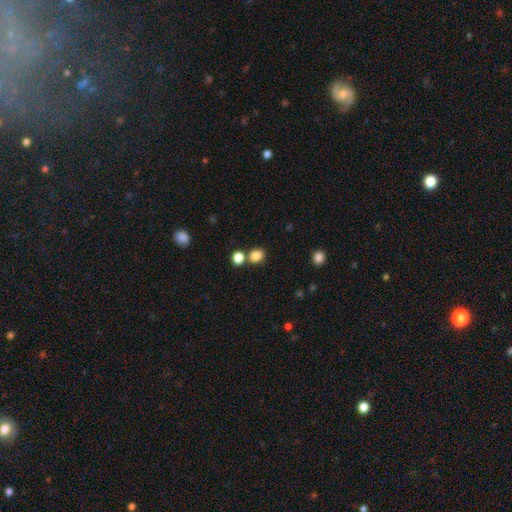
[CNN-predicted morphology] The model was most divided on "how rounded": round: 73%, in between: 26%, cigar-shaped: 1%. More confident: smooth or featured — smooth (83%); merging — none (69%).